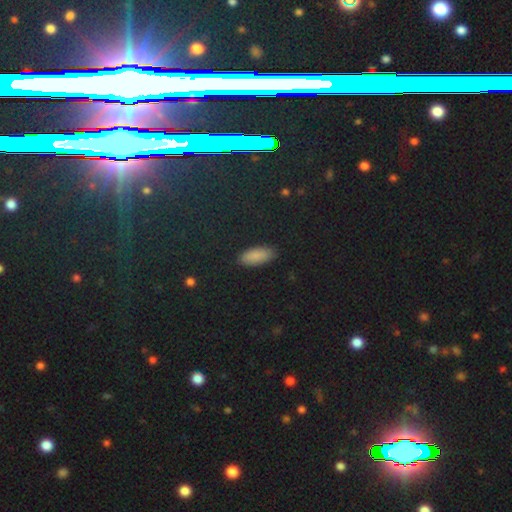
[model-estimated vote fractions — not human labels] Smooth or featured? Predicted: smooth (p=0.84). How rounded? Predicted: in between (p=0.88). Merging? Predicted: none (p=0.88).